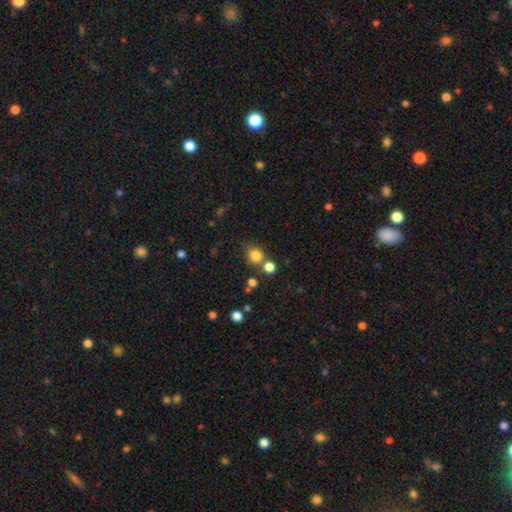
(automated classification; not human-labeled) This appears to be a smooth galaxy with no disk features (80%) that is round (85%). Merging: none (68%).